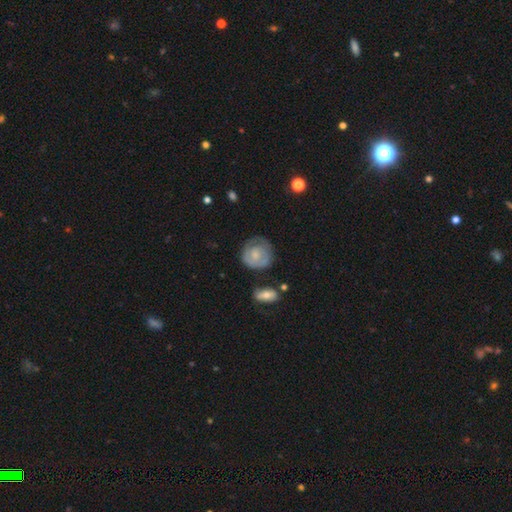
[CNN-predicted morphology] smooth_or_featured: featured or disk (p=0.53) [alt: smooth p=0.41]
disk_edge_on: no (p=0.97) [alt: yes p=0.03]
bar: no (p=0.73) [alt: weak p=0.24]
has_spiral_arms: yes (p=0.73) [alt: no p=0.27]
bulge_size: small (p=0.43) [alt: moderate p=0.34]
merging: none (p=0.63) [alt: minor disturbance p=0.22]